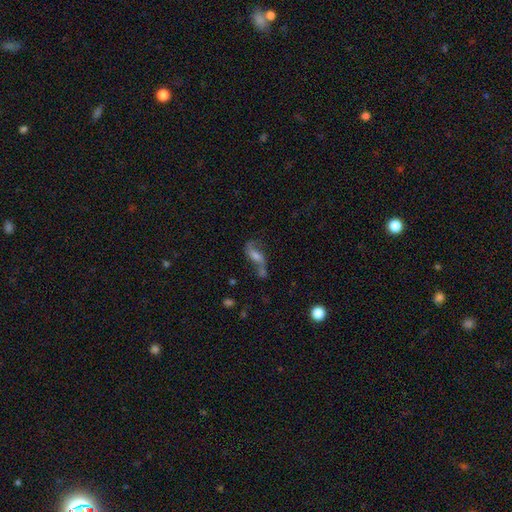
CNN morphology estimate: smooth_or_featured: featured or disk (p=0.63) [alt: smooth p=0.26]
disk_edge_on: no (p=0.88) [alt: yes p=0.12]
bar: no (p=0.45) [alt: weak p=0.38]
has_spiral_arms: yes (p=0.84) [alt: no p=0.16]
bulge_size: moderate (p=0.44) [alt: small p=0.32]
merging: none (p=0.44) [alt: merger p=0.24]